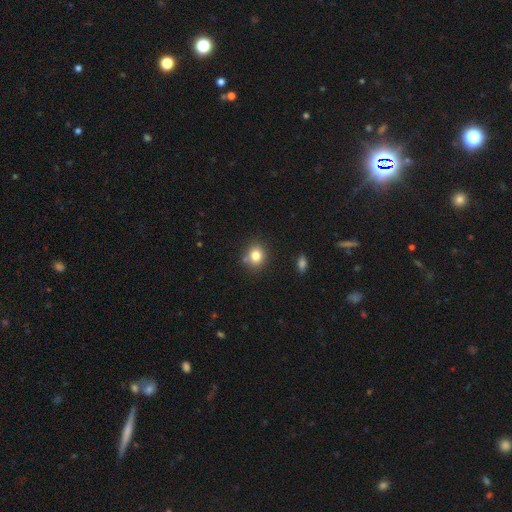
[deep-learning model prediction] Overall: smooth (80%). How rounded: round (74%). Merging: none (78%).